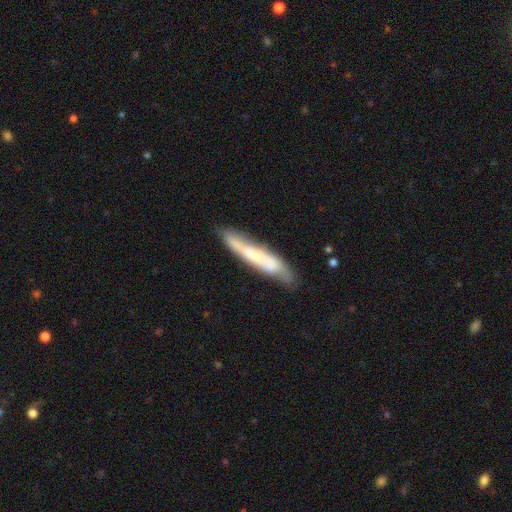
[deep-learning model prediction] Smooth or featured: featured or disk — 55% (smooth — 39%)
Edge-on disk: yes — 55% (no — 45%)
Merging: none — 71% (minor disturbance — 20%)